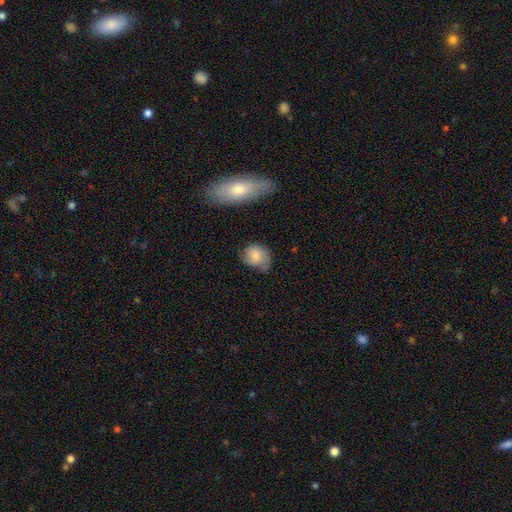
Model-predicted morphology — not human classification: A smooth galaxy with no disk features (78%) that is round (59%).

Vote fractions:
- Smooth or featured? smooth: 78% / featured or disk: 14% / star or artifact: 7%
- How rounded? round: 59% / in between: 40% / cigar-shaped: 1%
- Merging? none: 49% / minor disturbance: 35% / major disturbance: 10% / merger: 6%